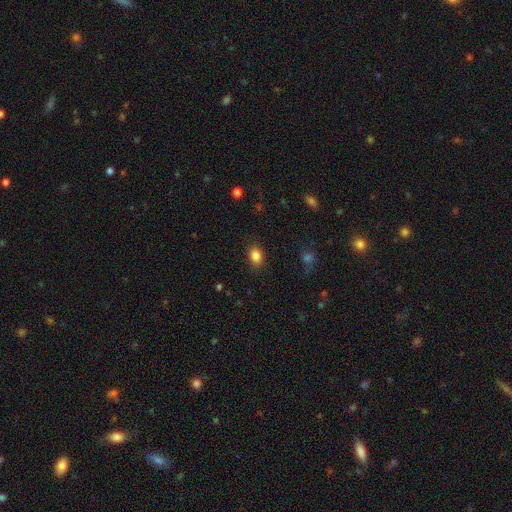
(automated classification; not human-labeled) Smooth or featured?
  - smooth: 86% *
  - star or artifact: 10%
  - featured or disk: 4%
How rounded?
  - in between: 67% *
  - round: 32%
  - cigar-shaped: 1%
Merging?
  - none: 85% *
  - minor disturbance: 11%
  - major disturbance: 3%
  - merger: 1%